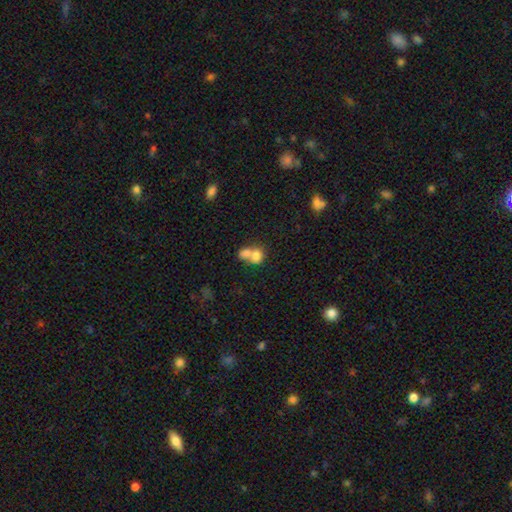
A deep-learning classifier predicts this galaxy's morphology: Smooth or featured: smooth — 74% (featured or disk — 16%)
How rounded: round — 61% (in between — 38%)
Merging: merger — 69% (none — 22%)